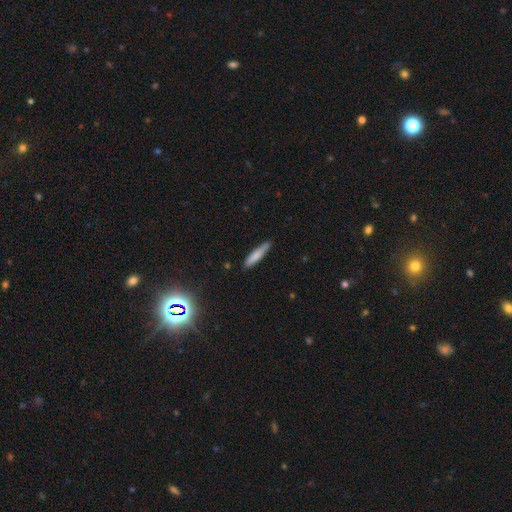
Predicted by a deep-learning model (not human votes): Smooth or featured? smooth (75%)
How rounded? cigar-shaped (90%)
Merging? none (83%)